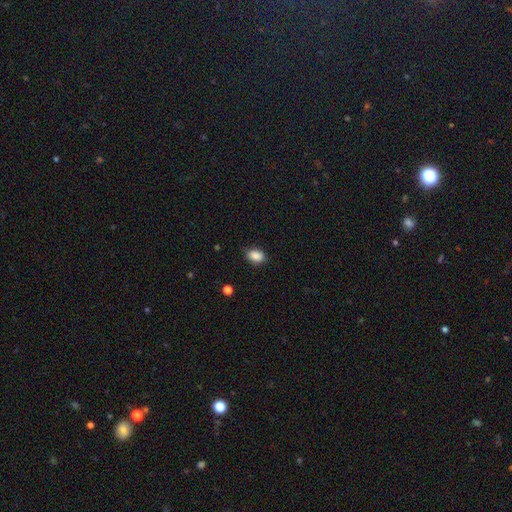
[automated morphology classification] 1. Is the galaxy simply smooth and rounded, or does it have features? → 88% smooth, 9% star or artifact, 4% featured or disk.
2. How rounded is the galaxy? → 79% in between, 19% round, 1% cigar-shaped.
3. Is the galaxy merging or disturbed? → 80% none, 16% minor disturbance, 3% major disturbance, 1% merger.